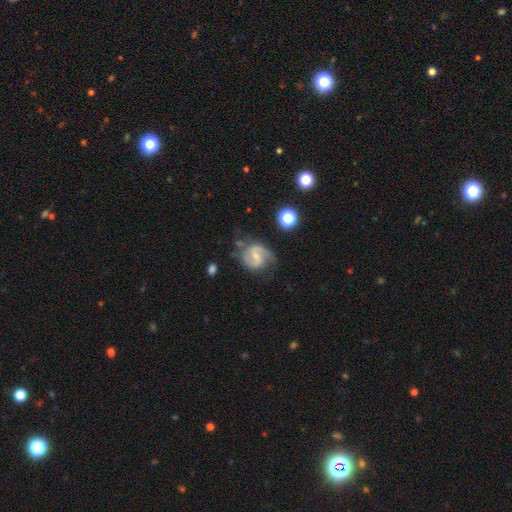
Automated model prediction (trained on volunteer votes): Smooth or featured?
  - featured or disk: 80% *
  - smooth: 14%
  - star or artifact: 7%
Edge-on disk?
  - no: 98% *
  - yes: 2%
Bar?
  - weak: 55% *
  - no: 25%
  - strong: 20%
Spiral arms?
  - yes: 94% *
  - no: 6%
Spiral winding?
  - medium: 52% *
  - loose: 25%
  - tight: 23%
Spiral arm count?
  - 2: 85% *
  - can't tell: 7%
  - 1: 5%
  - 3: 2%
  - 4: 1%
  - more than 4: 1%
Bulge size?
  - small: 60% *
  - moderate: 24%
  - none: 14%
  - large: 1%
  - dominant: 1%
Merging?
  - none: 60% *
  - minor disturbance: 24%
  - major disturbance: 13%
  - merger: 4%